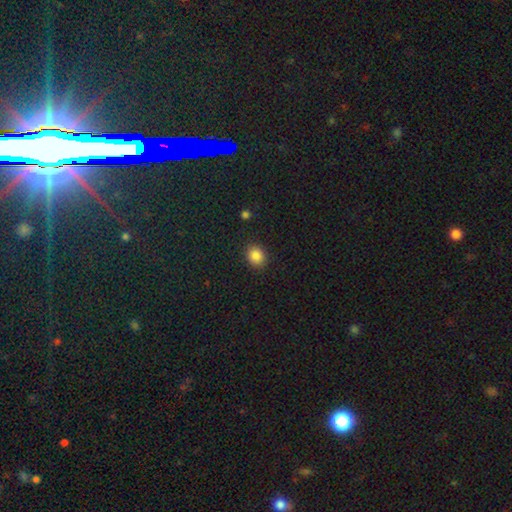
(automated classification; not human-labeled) Q: Smooth or featured?
A: smooth (86%); runner-up: star or artifact (10%)
Q: How rounded?
A: round (67%); runner-up: in between (32%)
Q: Merging?
A: none (89%); runner-up: minor disturbance (8%)